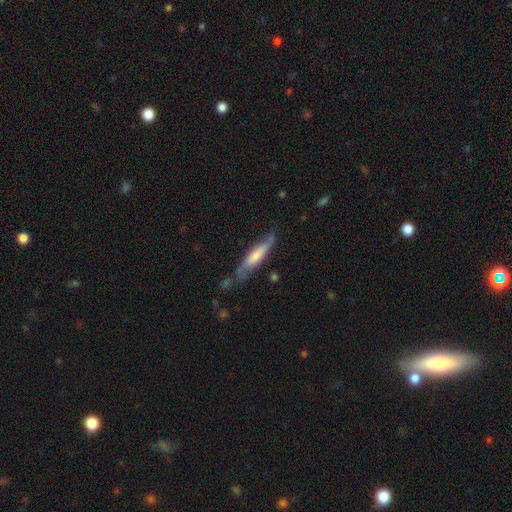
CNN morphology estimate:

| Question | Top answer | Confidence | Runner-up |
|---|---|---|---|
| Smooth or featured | featured or disk | 59% | smooth (34%) |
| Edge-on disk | yes | 67% | no (33%) |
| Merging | none | 64% | minor disturbance (24%) |